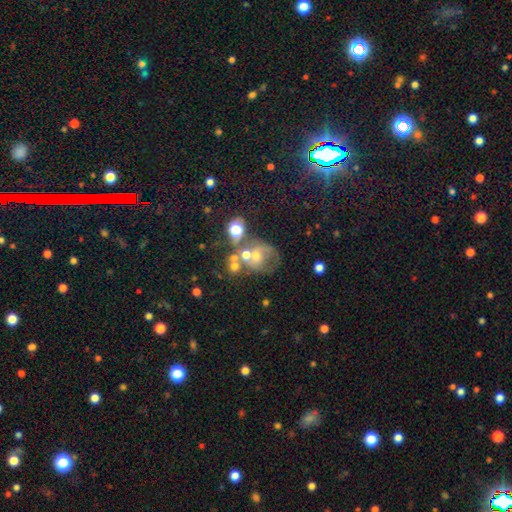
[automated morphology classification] A featured or disk galaxy (43%).

Vote fractions:
- Smooth or featured? featured or disk: 43% / smooth: 34% / star or artifact: 23%
- Merging? merger: 34% / none: 29% / major disturbance: 22% / minor disturbance: 15%